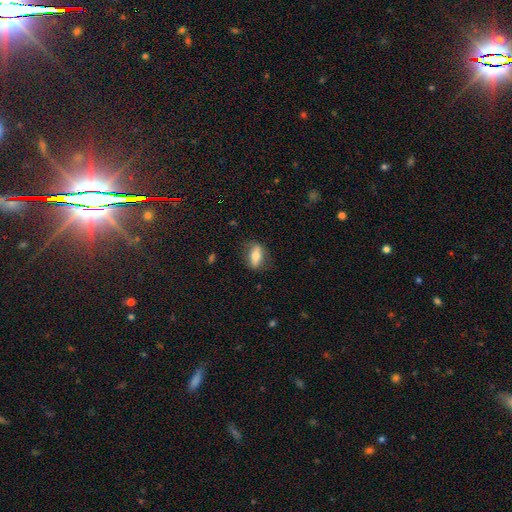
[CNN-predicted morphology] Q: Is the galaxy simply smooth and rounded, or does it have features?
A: smooth — 58%.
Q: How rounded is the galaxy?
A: in between — 70%.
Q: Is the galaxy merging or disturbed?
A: none — 78%.